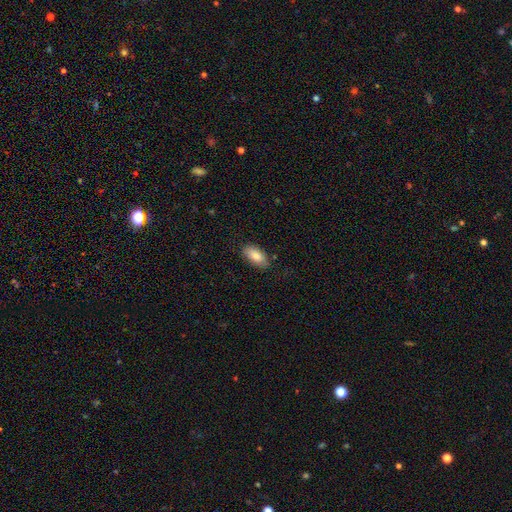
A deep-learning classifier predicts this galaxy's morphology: smooth_or_featured: smooth (p=0.84) [alt: featured or disk p=0.10]
how_rounded: in between (p=0.92) [alt: cigar-shaped p=0.06]
merging: none (p=0.83) [alt: minor disturbance p=0.13]